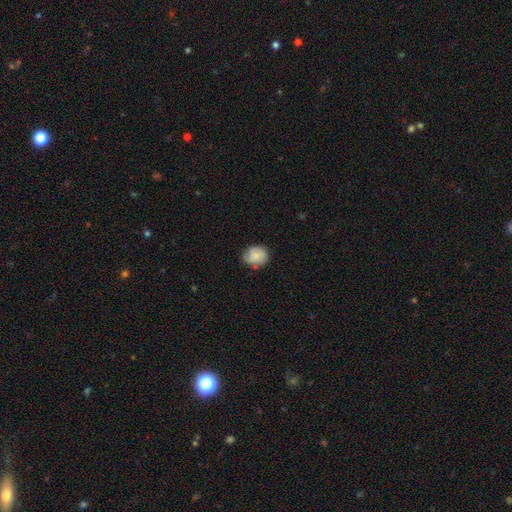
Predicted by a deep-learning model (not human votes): Overall: smooth (69%). How rounded: round (66%; in between 33%). Merging: none (71%).